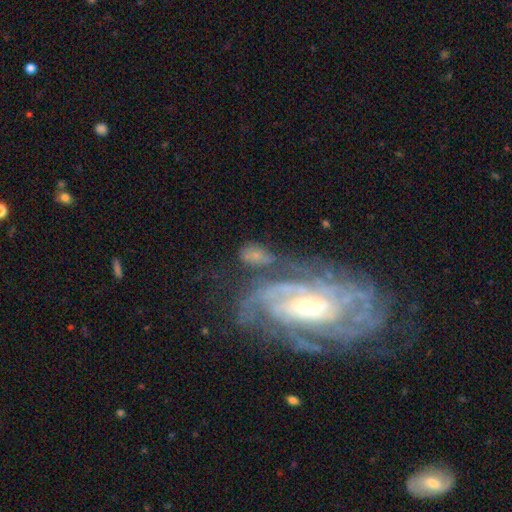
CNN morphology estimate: Smooth or featured?
  - featured or disk: 46% *
  - smooth: 41%
  - star or artifact: 14%
Merging?
  - none: 44% *
  - minor disturbance: 20%
  - merger: 20%
  - major disturbance: 17%